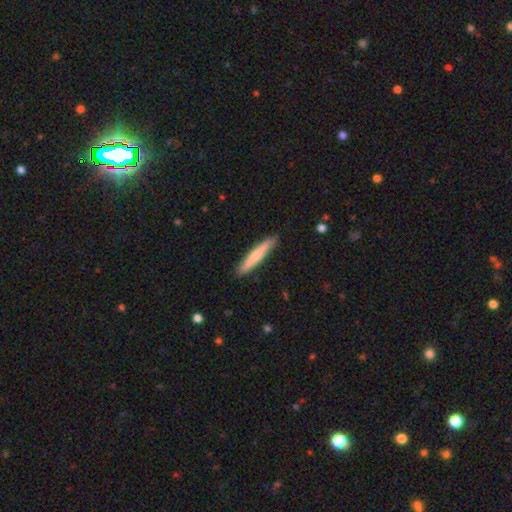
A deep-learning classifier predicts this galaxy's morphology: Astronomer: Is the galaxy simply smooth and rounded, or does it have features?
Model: smooth — 64%.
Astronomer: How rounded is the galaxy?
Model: cigar-shaped — 94%.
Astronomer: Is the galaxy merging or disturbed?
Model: none — 89%.